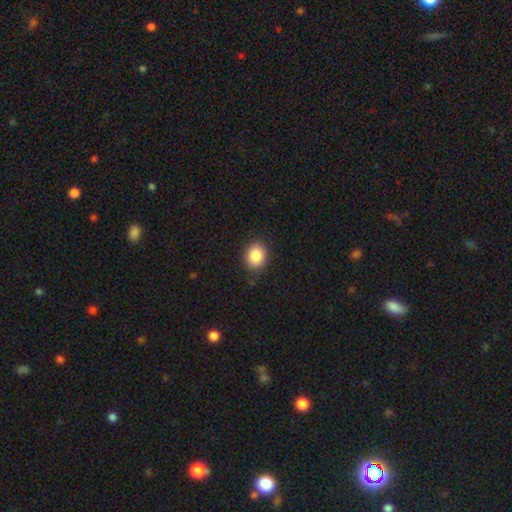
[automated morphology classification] This is clearly a smooth galaxy (87%). How rounded: possibly in between (59%). Merging: clearly none (87%).